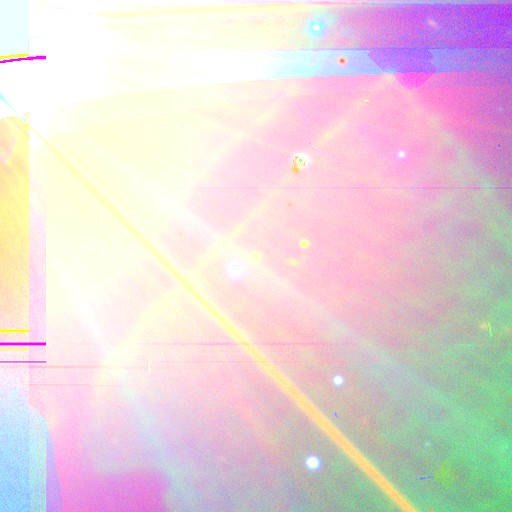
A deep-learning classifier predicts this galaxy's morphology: A star or artifact, not a galaxy (61%).